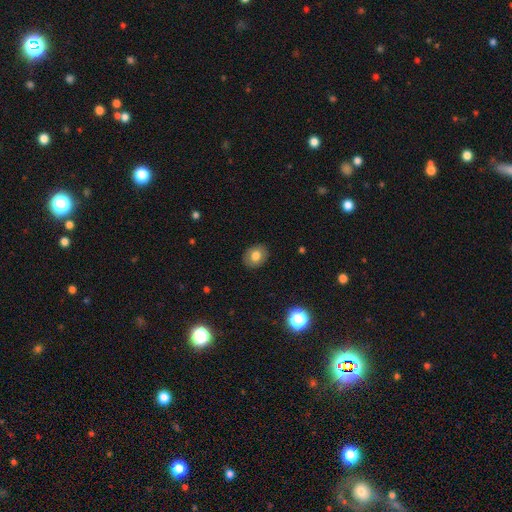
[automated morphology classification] A smooth galaxy with no disk features (77%) that is round (51%). Merging: none (89%).